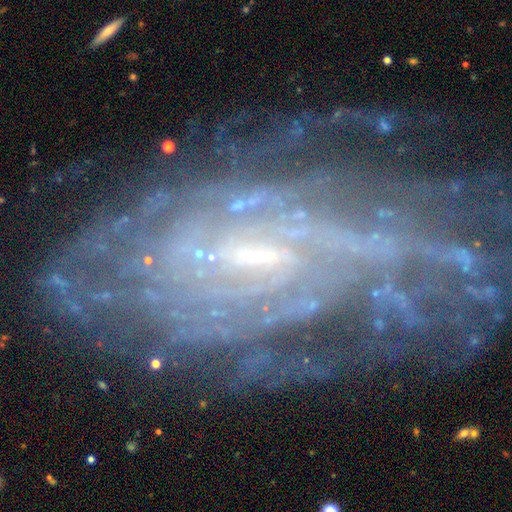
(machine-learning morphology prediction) This appears to be a featured or disk galaxy (79%) with a weak bar (46%), tight (69%) spiral arms (87%) and a small central bulge (64%). Merging: none (70%).